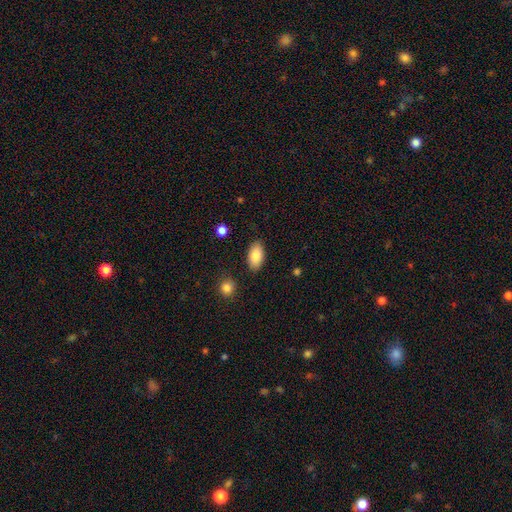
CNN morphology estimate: smooth_or_featured: smooth (p=0.86) [alt: featured or disk p=0.07]
how_rounded: in between (p=0.94) [alt: round p=0.03]
merging: none (p=0.86) [alt: minor disturbance p=0.10]